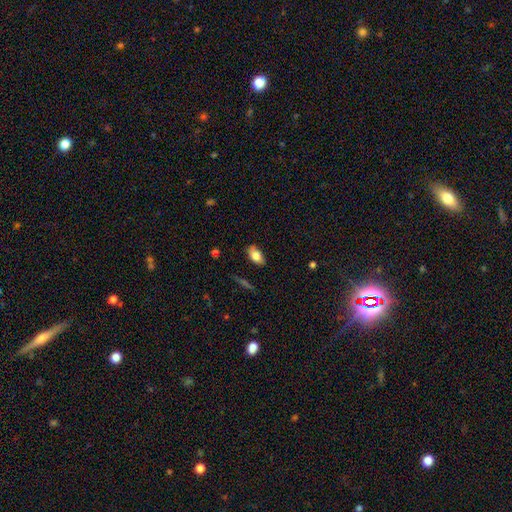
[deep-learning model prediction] smooth_or_featured: smooth (p=0.79) [alt: featured or disk p=0.14]
how_rounded: in between (p=0.90) [alt: cigar-shaped p=0.05]
merging: none (p=0.81) [alt: minor disturbance p=0.15]